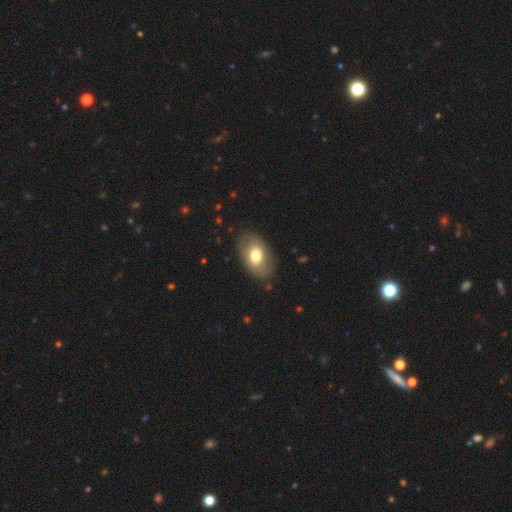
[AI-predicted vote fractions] smooth-or-featured: smooth: 68% | featured or disk: 25% | star or artifact: 7%
  how-rounded: in between: 89% | round: 10% | cigar-shaped: 1%
  merging: none: 83% | minor disturbance: 12% | major disturbance: 4% | merger: 1%